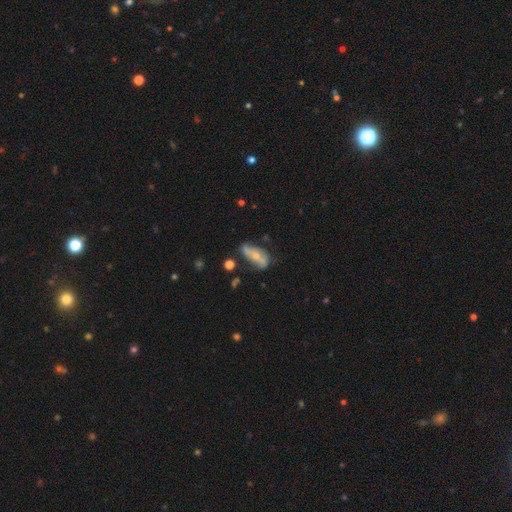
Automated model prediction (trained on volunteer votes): smooth_or_featured: featured or disk (p=0.53) [alt: smooth p=0.39]
disk_edge_on: no (p=0.78) [alt: yes p=0.22]
merging: none (p=0.48) [alt: minor disturbance p=0.32]